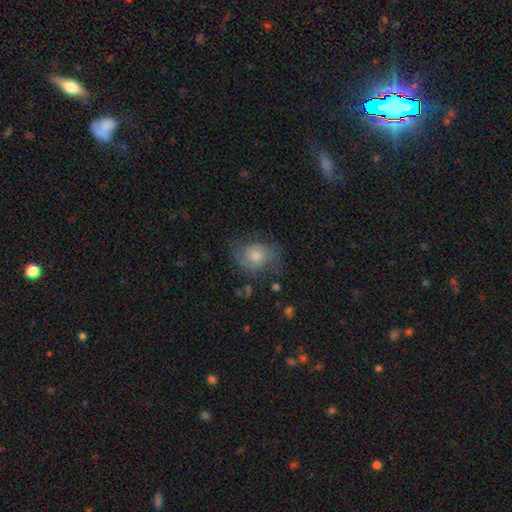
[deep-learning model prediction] A featured or disk galaxy (63%) with no bar (72%), 2 (70%) medium (46%) spiral arms (89%) and a moderate central bulge (55%). Merging: none (66%).